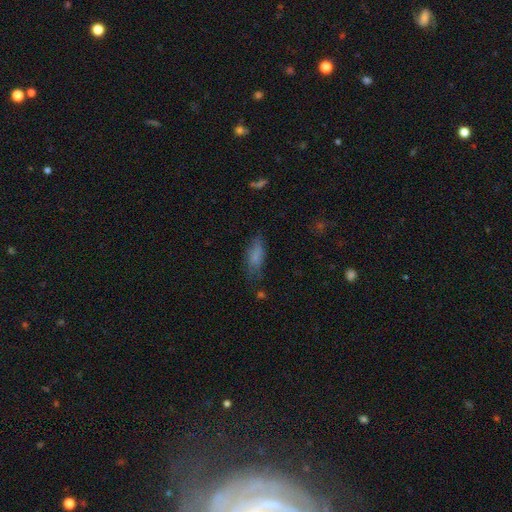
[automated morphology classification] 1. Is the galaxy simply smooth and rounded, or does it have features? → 75% smooth, 15% featured or disk, 10% star or artifact.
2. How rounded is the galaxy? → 67% in between, 31% cigar-shaped, 2% round.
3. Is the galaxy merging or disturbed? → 59% none, 28% minor disturbance, 11% major disturbance, 3% merger.